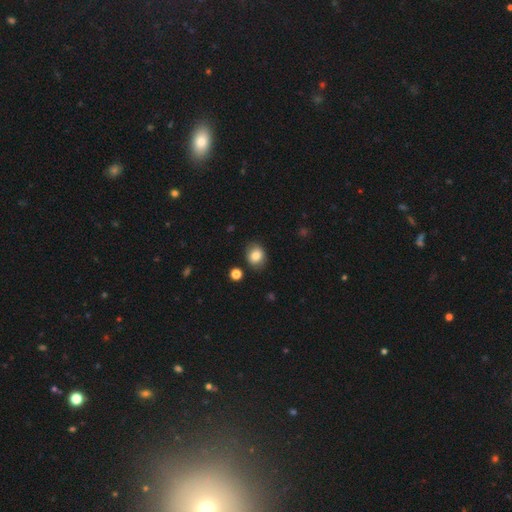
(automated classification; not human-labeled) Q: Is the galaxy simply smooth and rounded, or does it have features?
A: smooth — 82%.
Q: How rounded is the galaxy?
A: round — 57%.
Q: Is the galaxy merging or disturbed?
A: none — 82%.